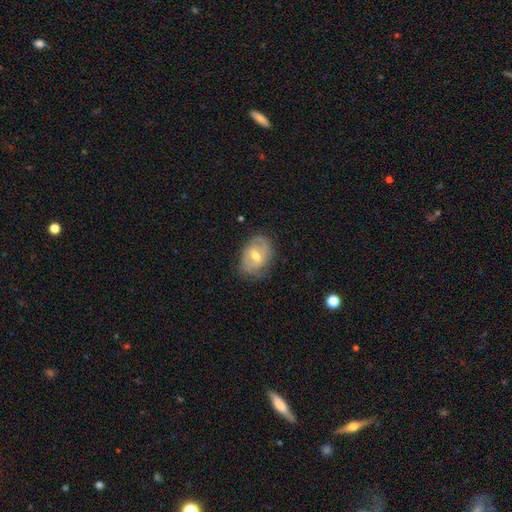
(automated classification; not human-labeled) Smooth or featured?
  - featured or disk: 62% *
  - smooth: 31%
  - star or artifact: 7%
Edge-on disk?
  - no: 95% *
  - yes: 5%
Bar?
  - weak: 53% *
  - no: 28%
  - strong: 19%
Spiral arms?
  - yes: 75% *
  - no: 25%
Bulge size?
  - moderate: 67% *
  - small: 27%
  - large: 4%
  - none: 1%
  - dominant: 1%
Merging?
  - none: 68% *
  - minor disturbance: 23%
  - major disturbance: 8%
  - merger: 1%